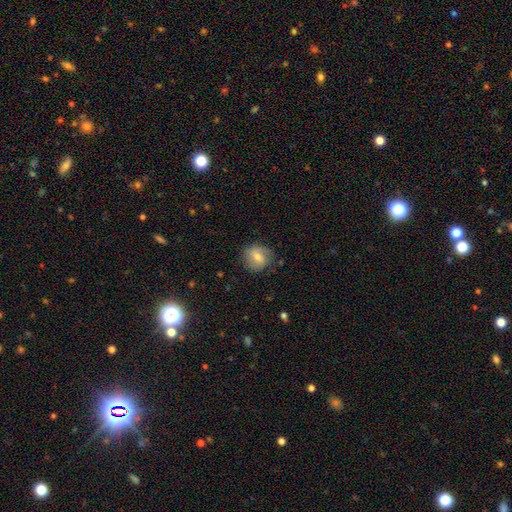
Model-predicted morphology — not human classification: smooth-or-featured: smooth: 51% | featured or disk: 38% | star or artifact: 12%
  how-rounded: round: 80% | in between: 19% | cigar-shaped: 1%
  merging: none: 78% | minor disturbance: 16% | major disturbance: 5% | merger: 1%